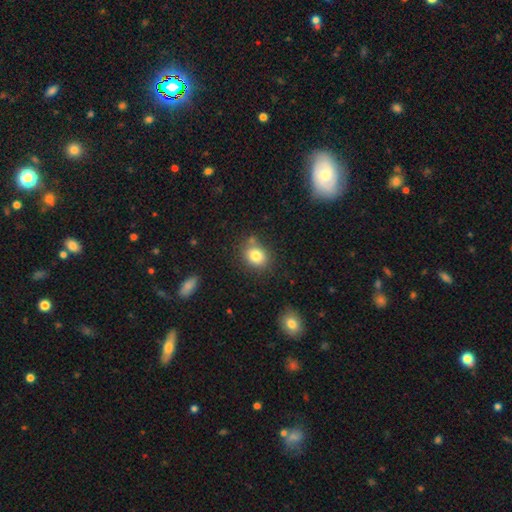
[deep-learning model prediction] Smooth or featured? Predicted: smooth (p=0.82). How rounded? Predicted: round (p=0.55). Merging? Predicted: none (p=0.73).